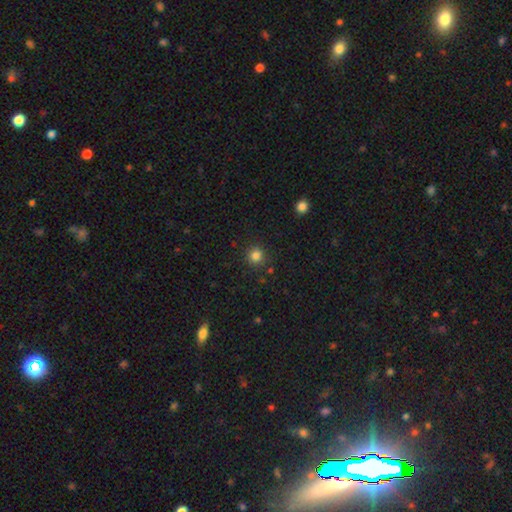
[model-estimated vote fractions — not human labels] Smooth or featured?
  - smooth: 83% *
  - star or artifact: 13%
  - featured or disk: 4%
How rounded?
  - round: 93% *
  - in between: 6%
  - cigar-shaped: 1%
Merging?
  - none: 88% *
  - minor disturbance: 7%
  - major disturbance: 2%
  - merger: 2%